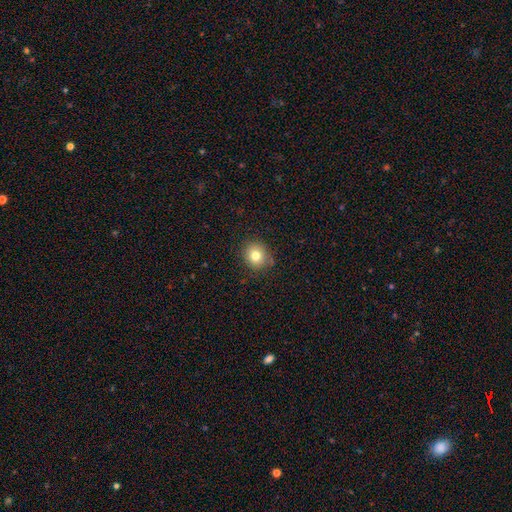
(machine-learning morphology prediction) A smooth galaxy with no disk features (79%) that is round (79%).

Vote fractions:
- Smooth or featured? smooth: 79% / star or artifact: 11% / featured or disk: 10%
- How rounded? round: 79% / in between: 20% / cigar-shaped: 1%
- Merging? none: 83% / minor disturbance: 13% / major disturbance: 3% / merger: 1%